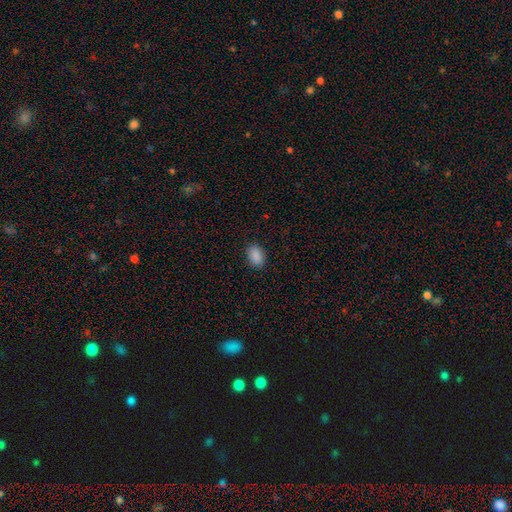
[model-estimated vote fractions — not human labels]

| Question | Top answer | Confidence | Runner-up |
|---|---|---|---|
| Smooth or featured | smooth | 89% | star or artifact (8%) |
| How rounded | in between | 87% | round (12%) |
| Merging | none | 87% | minor disturbance (9%) |